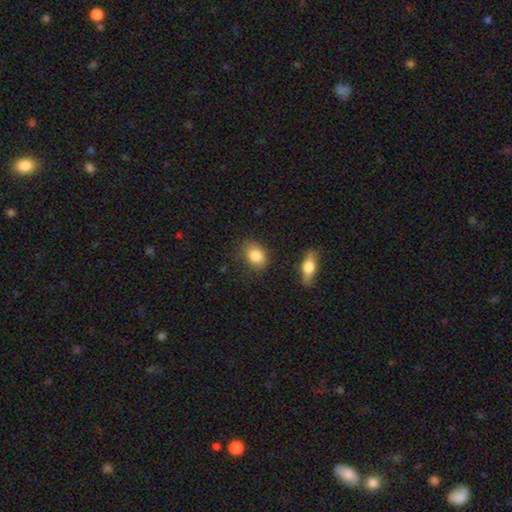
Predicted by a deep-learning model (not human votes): A smooth galaxy with no disk features (83%) that is in between round and cigar-shaped (70%).

Vote fractions:
- Smooth or featured? smooth: 83% / featured or disk: 10% / star or artifact: 8%
- How rounded? in between: 70% / round: 28% / cigar-shaped: 2%
- Merging? none: 69% / minor disturbance: 22% / major disturbance: 6% / merger: 3%